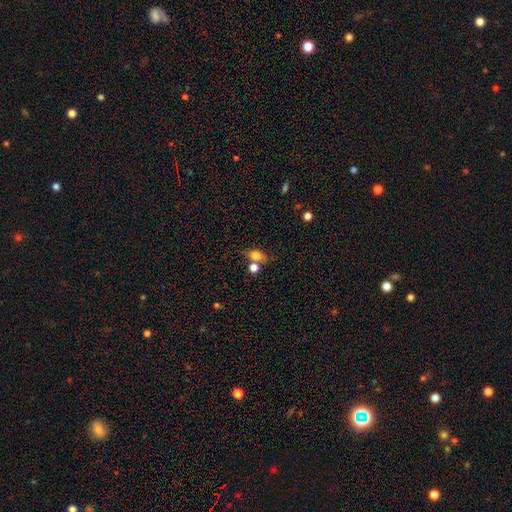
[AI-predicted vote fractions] Smooth or featured?
  - smooth: 71% *
  - featured or disk: 18%
  - star or artifact: 11%
How rounded?
  - in between: 67% *
  - round: 23%
  - cigar-shaped: 10%
Merging?
  - none: 57% *
  - merger: 23%
  - minor disturbance: 14%
  - major disturbance: 6%